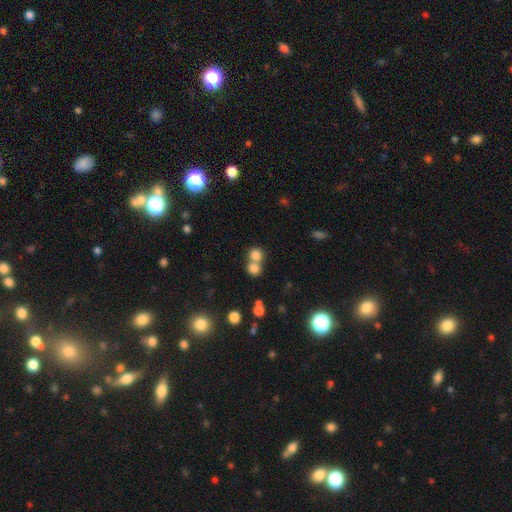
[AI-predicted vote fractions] smooth 78%, star or artifact 13%, featured or disk 9%. Down the decision tree: how rounded — round (82%); merging — merger (51%).